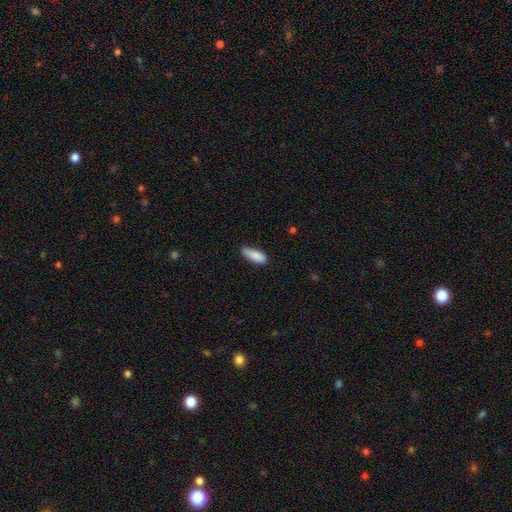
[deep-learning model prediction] Smooth or featured? Predicted: smooth (p=0.88). How rounded? Predicted: in between (p=0.67). Merging? Predicted: none (p=0.70).